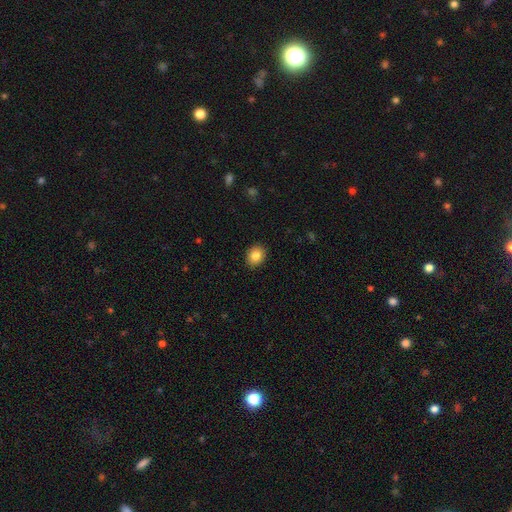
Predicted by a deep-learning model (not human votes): The model was most divided on "how rounded": round: 51%, in between: 48%, cigar-shaped: 1%. More confident: merging — none (90%); smooth or featured — smooth (84%).